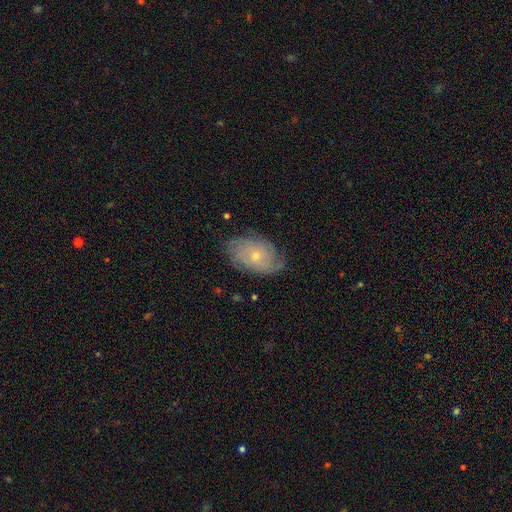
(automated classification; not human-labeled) This appears to be a featured or disk galaxy (66%) with no bar (82%), tight (61%) spiral arms (86%) and a small central bulge (68%). Merging: none (74%).